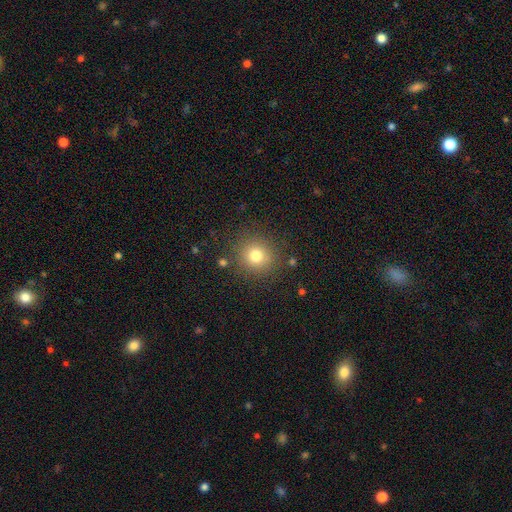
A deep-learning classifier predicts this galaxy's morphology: Smooth or featured? smooth (77%)
How rounded? round (92%)
Merging? none (86%)